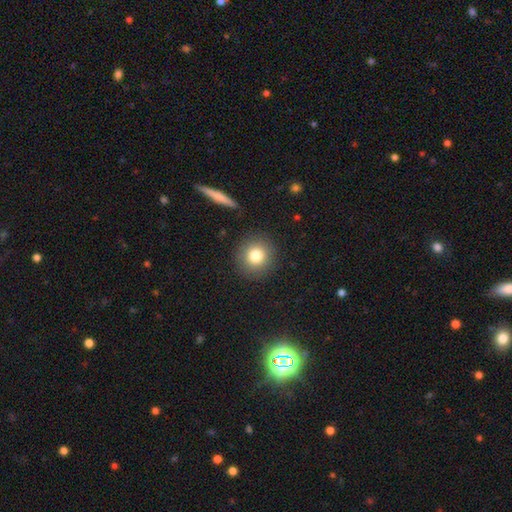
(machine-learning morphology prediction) A smooth galaxy with no disk features (79%) that is round (92%).

Vote fractions:
- Smooth or featured? smooth: 79% / star or artifact: 11% / featured or disk: 10%
- How rounded? round: 92% / in between: 7% / cigar-shaped: 1%
- Merging? none: 89% / minor disturbance: 7% / major disturbance: 3% / merger: 1%